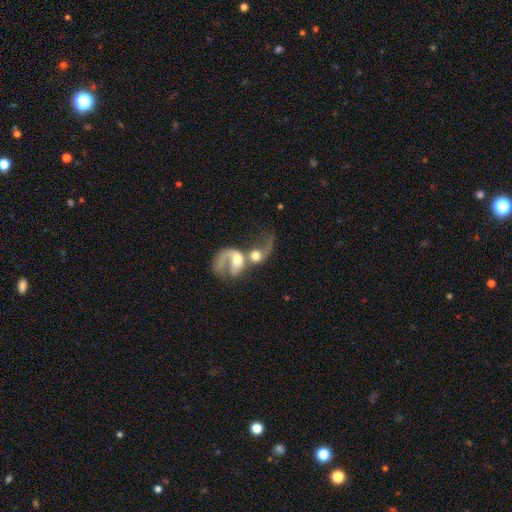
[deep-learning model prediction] Overall: featured or disk (64%; smooth 28%). Edge-on disk: no (96%). Bar: no (69%). Spiral arms: yes (77%). Bulge size: moderate (54%; large 20%). Merging: merger (79%).